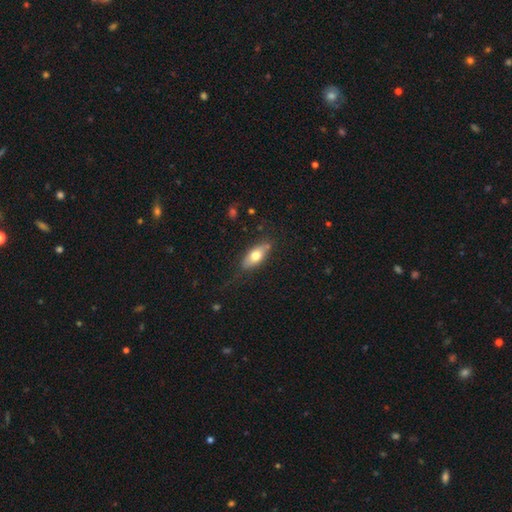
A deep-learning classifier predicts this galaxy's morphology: This appears to be a smooth galaxy with no disk features (66%) that is in between round and cigar-shaped (79%). Merging: none (76%).